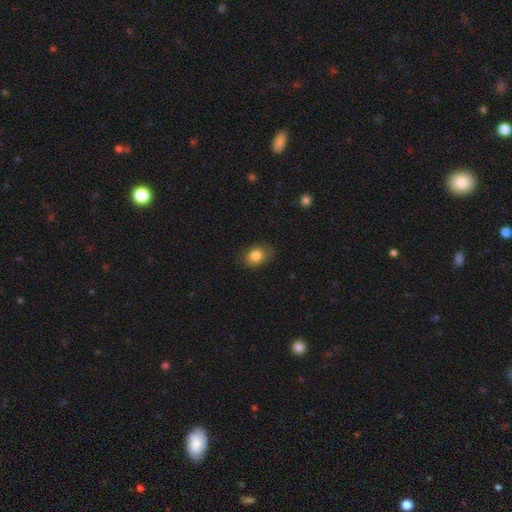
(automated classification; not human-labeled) Morphology: type=smooth (83%); roundness=in between (60%); merging=none (79%).